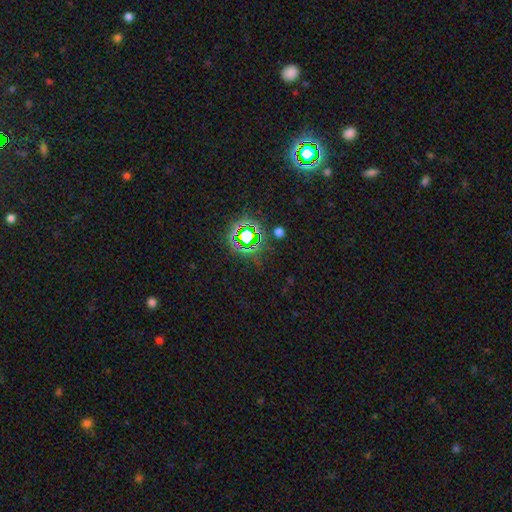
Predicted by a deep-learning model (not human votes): smooth-or-featured: star or artifact: 76% | smooth: 16% | featured or disk: 8%